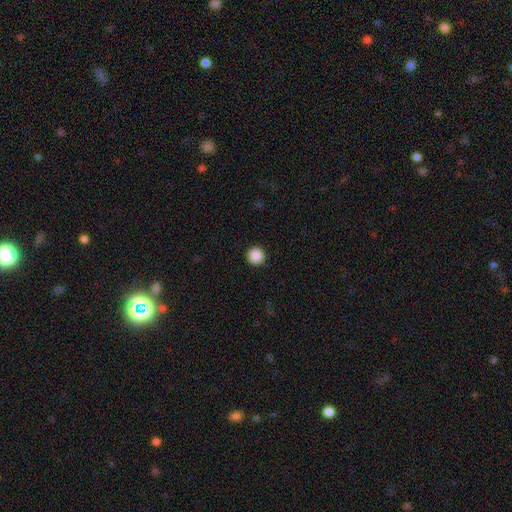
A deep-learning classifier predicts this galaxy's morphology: This is clearly a smooth galaxy (88%). How rounded: clearly round (96%). Merging: clearly none (93%).